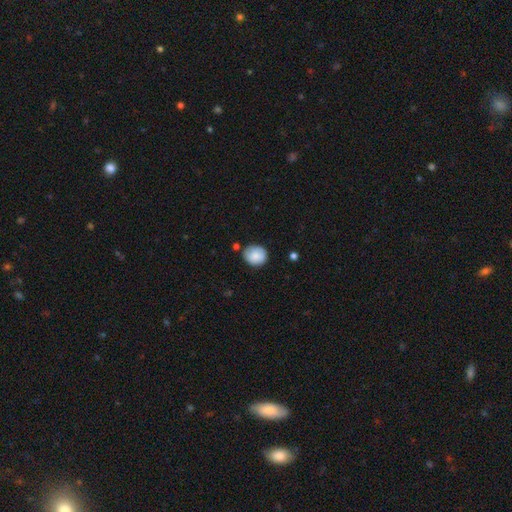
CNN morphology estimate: Smooth or featured: smooth — 82% (featured or disk — 10%)
How rounded: round — 76% (in between — 23%)
Merging: none — 74% (minor disturbance — 18%)